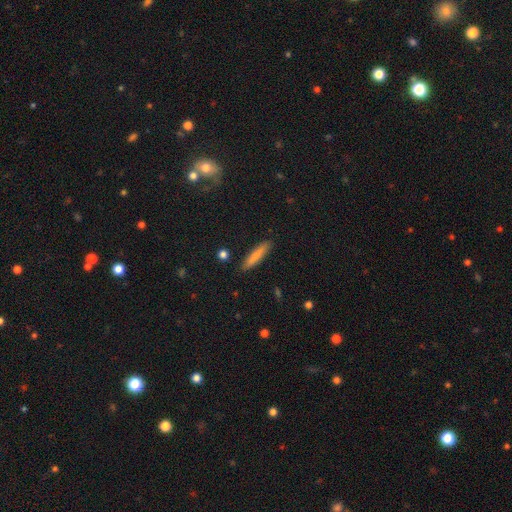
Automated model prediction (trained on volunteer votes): Smooth or featured? Predicted: smooth (p=0.74). How rounded? Predicted: cigar-shaped (p=0.85). Merging? Predicted: none (p=0.88).